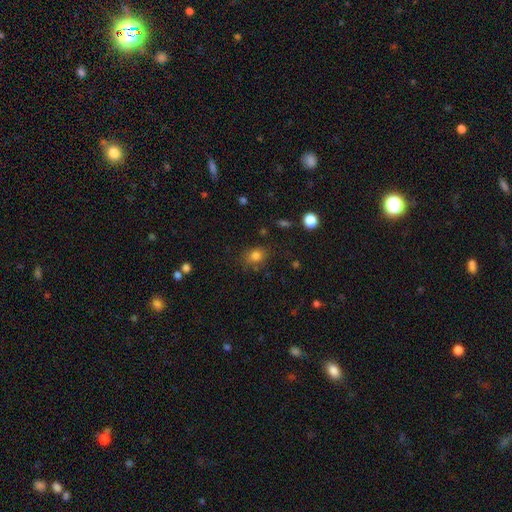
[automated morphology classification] A smooth galaxy with no disk features (81%) that is round (53%).

Vote fractions:
- Smooth or featured? smooth: 81% / star or artifact: 12% / featured or disk: 7%
- How rounded? round: 53% / in between: 46% / cigar-shaped: 1%
- Merging? none: 74% / minor disturbance: 18% / major disturbance: 5% / merger: 3%